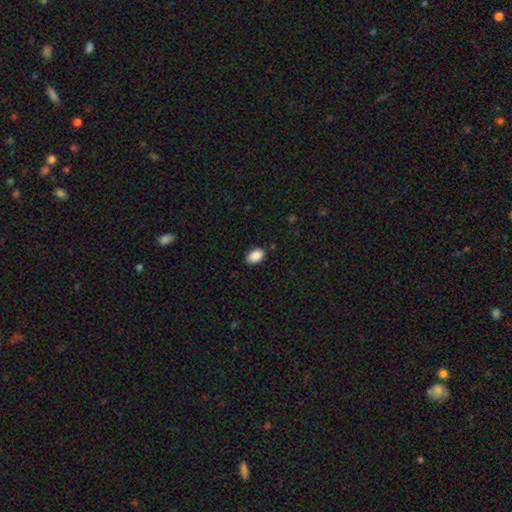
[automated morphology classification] Q: Smooth or featured?
A: smooth (90%); runner-up: star or artifact (7%)
Q: How rounded?
A: in between (89%); runner-up: round (9%)
Q: Merging?
A: none (87%); runner-up: minor disturbance (10%)